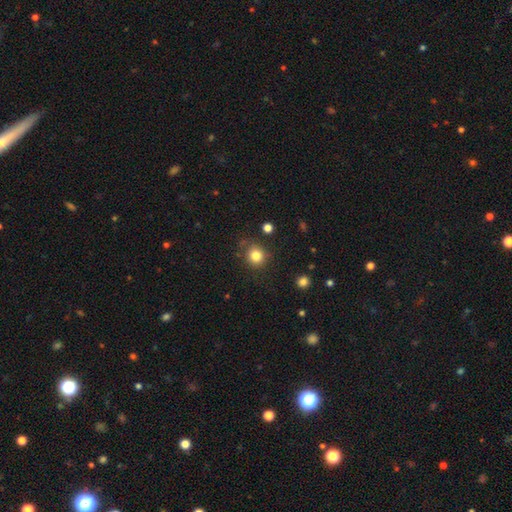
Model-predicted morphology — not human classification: A smooth galaxy with no disk features (82%) that is round (88%). Merging: none (81%).